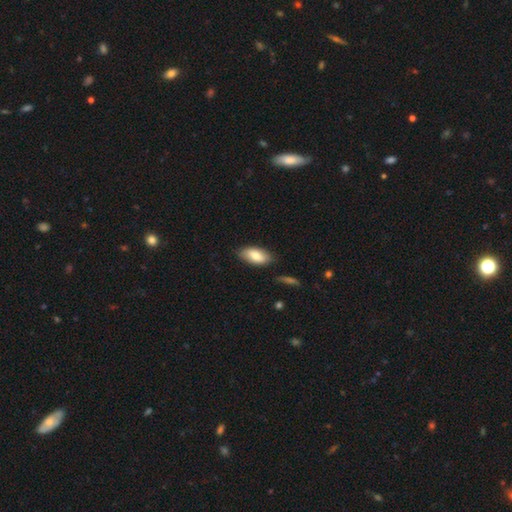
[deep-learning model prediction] smooth_or_featured: smooth (p=0.78) [alt: featured or disk p=0.16]
how_rounded: in between (p=0.91) [alt: cigar-shaped p=0.06]
merging: none (p=0.81) [alt: minor disturbance p=0.14]